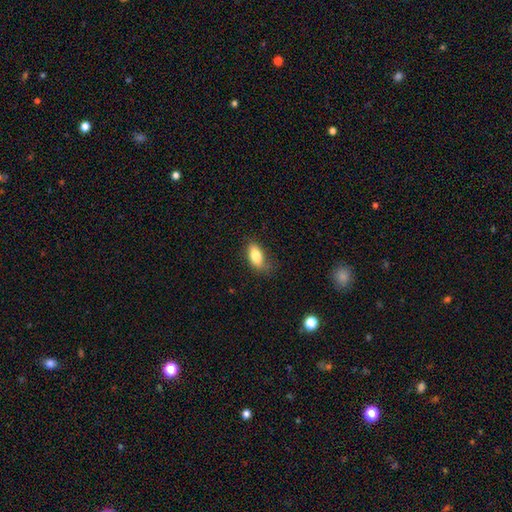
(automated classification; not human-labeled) This appears to be a smooth galaxy with no disk features (80%) that is in between round and cigar-shaped (86%). Merging: none (71%).